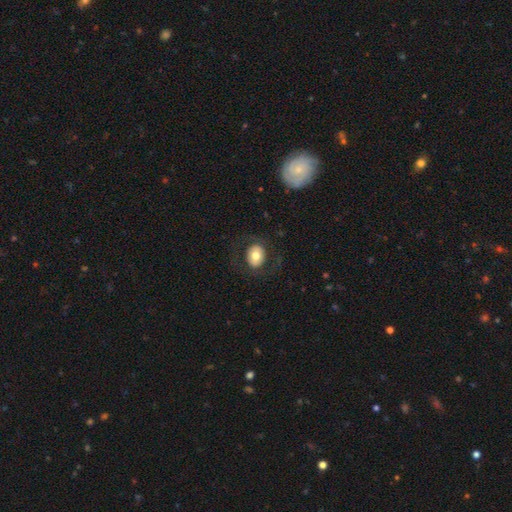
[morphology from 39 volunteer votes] Smooth or featured? 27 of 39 (69%) said smooth. How rounded? 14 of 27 (52%) said in between. Merging? 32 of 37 (86%) said none.